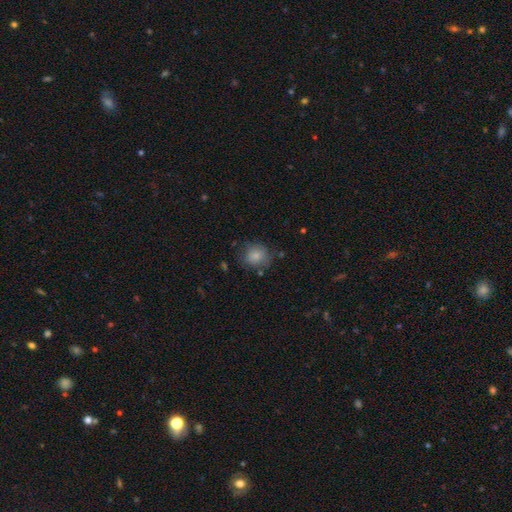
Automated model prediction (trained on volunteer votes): Smooth or featured? Predicted: smooth (p=0.81). How rounded? Predicted: round (p=0.77). Merging? Predicted: none (p=0.72).